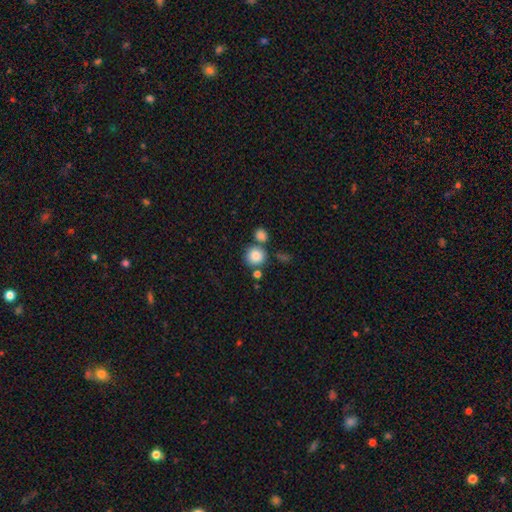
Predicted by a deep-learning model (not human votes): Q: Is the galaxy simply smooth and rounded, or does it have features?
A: smooth — 84%.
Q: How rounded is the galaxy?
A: round — 90%.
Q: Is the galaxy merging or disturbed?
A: none — 65%.